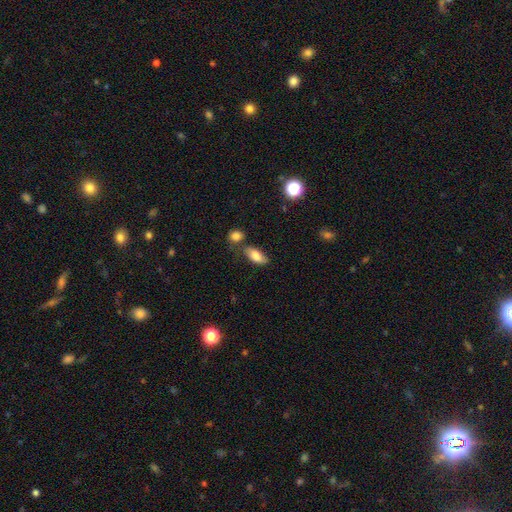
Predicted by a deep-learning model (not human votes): Smooth or featured? smooth (80%)
How rounded? in between (89%)
Merging? none (61%)